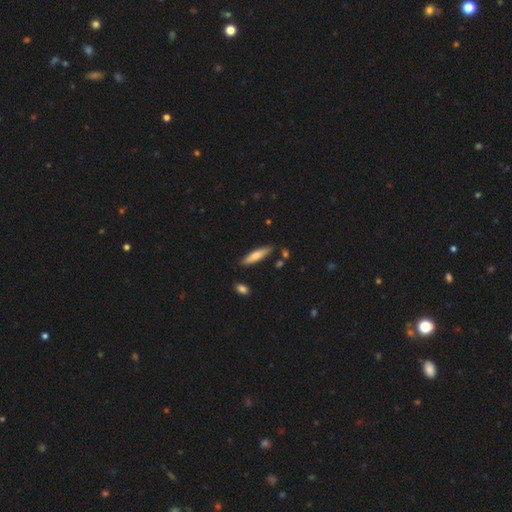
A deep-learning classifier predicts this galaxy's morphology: Q: Smooth or featured?
A: smooth (72%); runner-up: featured or disk (22%)
Q: How rounded?
A: cigar-shaped (75%); runner-up: in between (23%)
Q: Merging?
A: none (85%); runner-up: minor disturbance (11%)